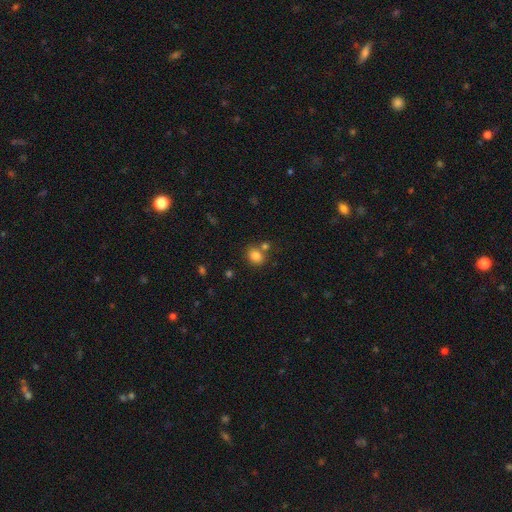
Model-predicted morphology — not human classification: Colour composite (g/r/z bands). It shows a smooth galaxy with no disk features (83%) that is round (52%). Merging: none (67%).